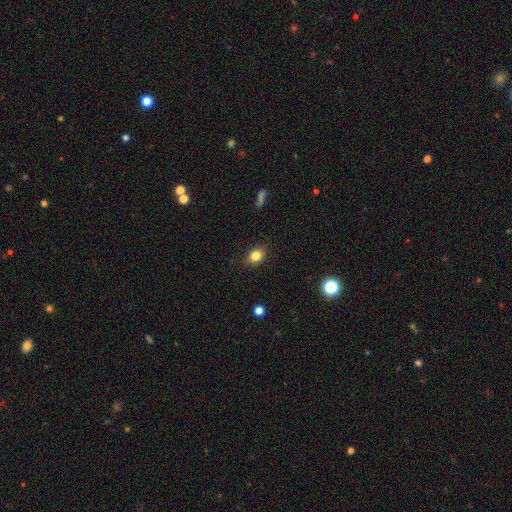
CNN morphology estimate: smooth_or_featured: smooth (p=0.83) [alt: star or artifact p=0.11]
how_rounded: in between (p=0.59) [alt: round p=0.40]
merging: none (p=0.87) [alt: minor disturbance p=0.10]